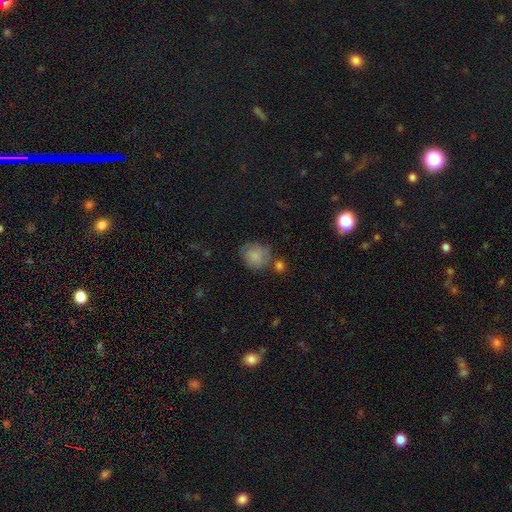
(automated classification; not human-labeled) Smooth or featured? Predicted: smooth (p=0.80). How rounded? Predicted: round (p=0.73). Merging? Predicted: none (p=0.60).